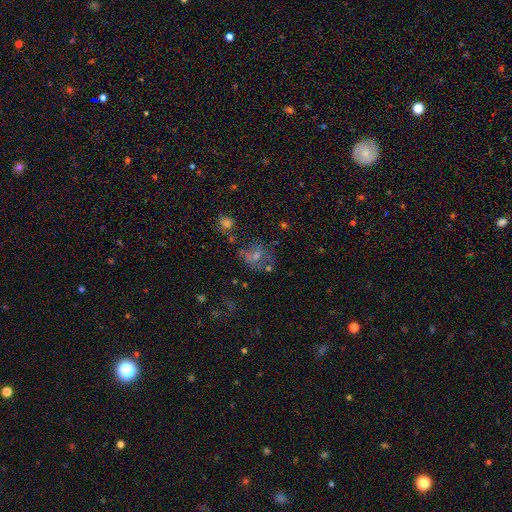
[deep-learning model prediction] A smooth galaxy with no disk features (57%) that is round (61%).

Vote fractions:
- Smooth or featured? smooth: 57% / featured or disk: 25% / star or artifact: 18%
- How rounded? round: 61% / in between: 37% / cigar-shaped: 1%
- Merging? none: 45% / minor disturbance: 21% / major disturbance: 19% / merger: 15%